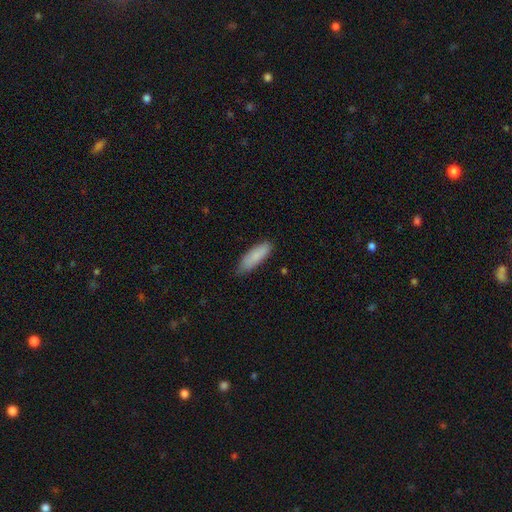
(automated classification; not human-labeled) Smooth or featured? Predicted: smooth (p=0.86). How rounded? Predicted: in between (p=0.51). Merging? Predicted: none (p=0.78).